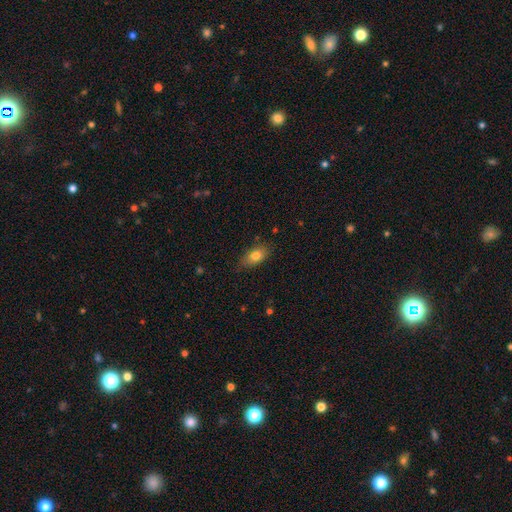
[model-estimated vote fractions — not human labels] Smooth or featured? Predicted: smooth (p=0.78). How rounded? Predicted: in between (p=0.85). Merging? Predicted: none (p=0.80).